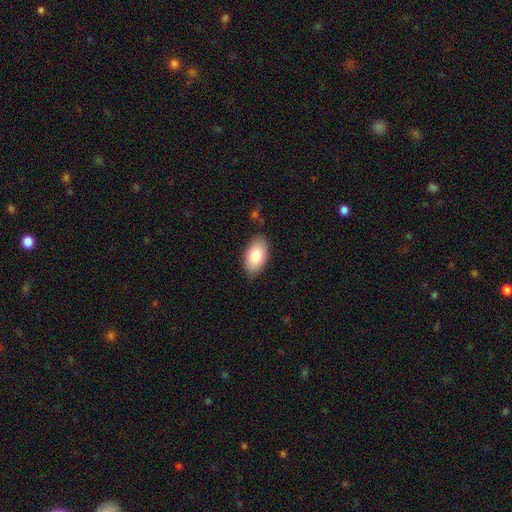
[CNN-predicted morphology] Overall: smooth (80%). How rounded: in between (94%). Merging: none (84%).